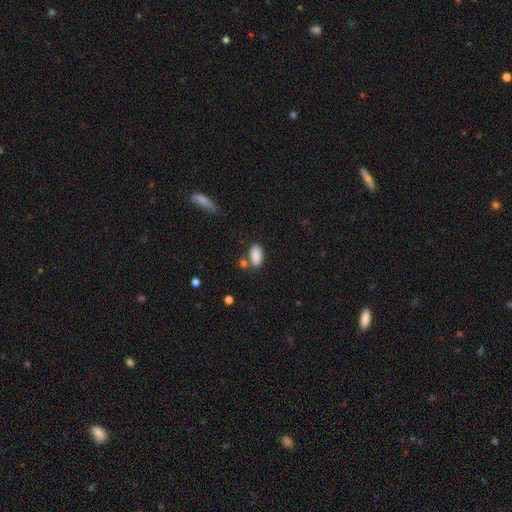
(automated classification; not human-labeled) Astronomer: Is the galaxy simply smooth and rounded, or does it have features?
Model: smooth — 88%.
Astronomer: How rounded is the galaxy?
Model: in between — 93%.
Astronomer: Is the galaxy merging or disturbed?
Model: none — 71%.